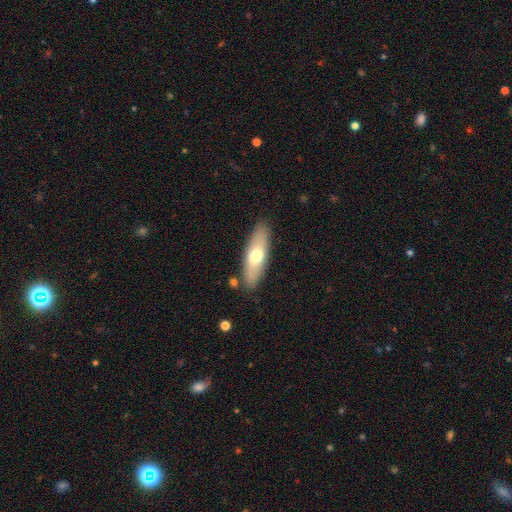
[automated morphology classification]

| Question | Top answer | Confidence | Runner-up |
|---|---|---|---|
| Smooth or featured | smooth | 62% | featured or disk (32%) |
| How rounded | in between | 55% | cigar-shaped (43%) |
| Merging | none | 85% | minor disturbance (10%) |